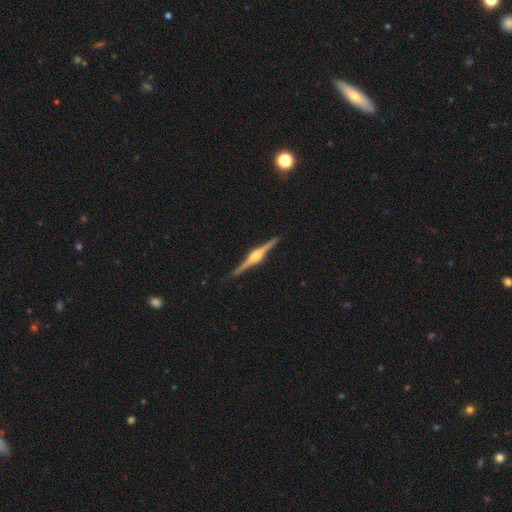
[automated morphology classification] This is clearly a featured or disk galaxy (87%). It is clearly viewed edge-on (99%). Edge-on bulge: clearly rounded (87%). Merging: clearly none (90%).